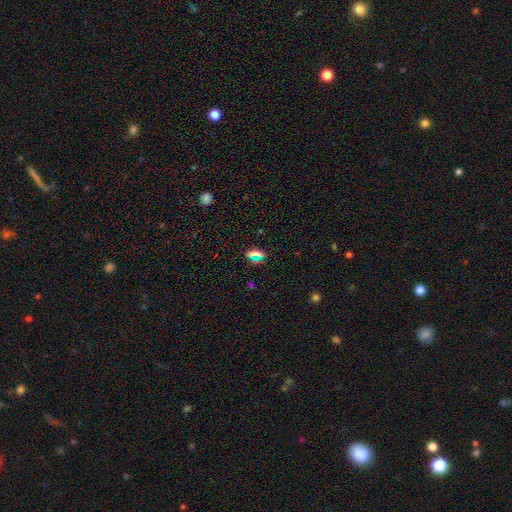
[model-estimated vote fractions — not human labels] This is possibly a smooth galaxy (55%). How rounded: possibly in between (53%). Merging: clearly none (82%).